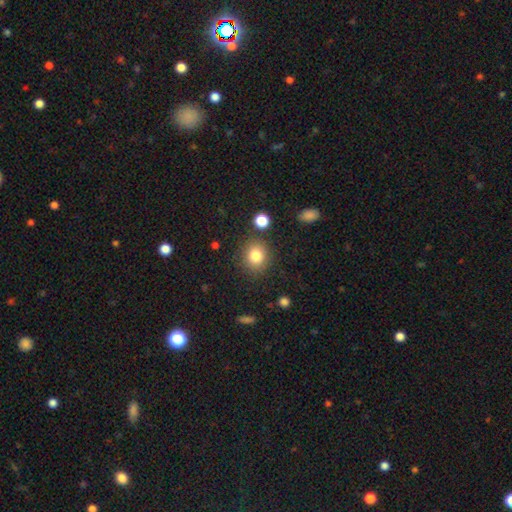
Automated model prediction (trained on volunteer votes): A smooth galaxy with no disk features (82%) that is round (77%). Merging: none (84%).